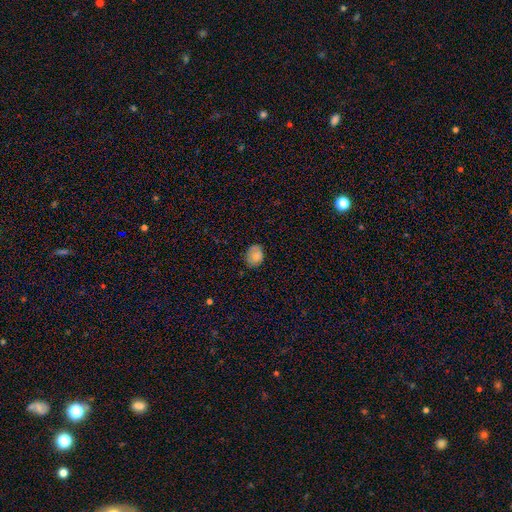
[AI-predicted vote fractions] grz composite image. It shows a smooth galaxy with no disk features (79%) that is round (50%). Merging: none (72%).